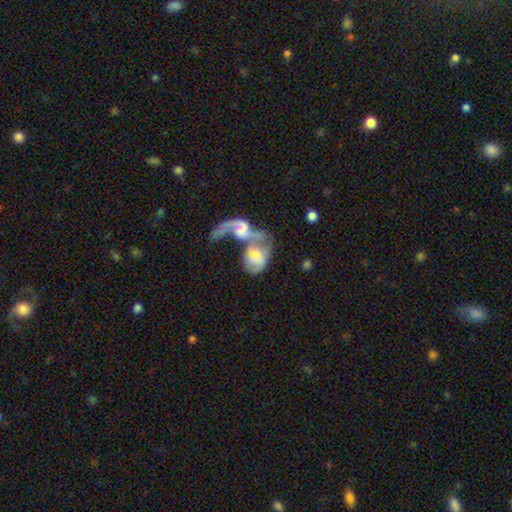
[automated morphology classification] This appears to be a featured or disk galaxy (54%) with no bar (55%), spiral arms (64%) and a moderate central bulge (39%). Merging: merger (76%).